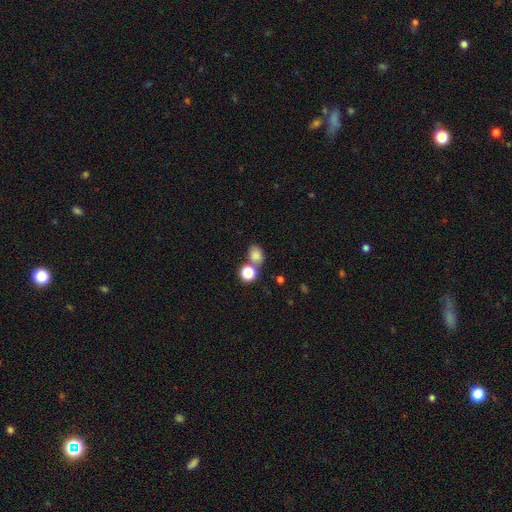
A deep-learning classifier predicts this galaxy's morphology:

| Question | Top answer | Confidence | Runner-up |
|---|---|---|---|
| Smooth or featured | smooth | 80% | star or artifact (14%) |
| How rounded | in between | 50% | round (49%) |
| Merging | none | 55% | merger (28%) |